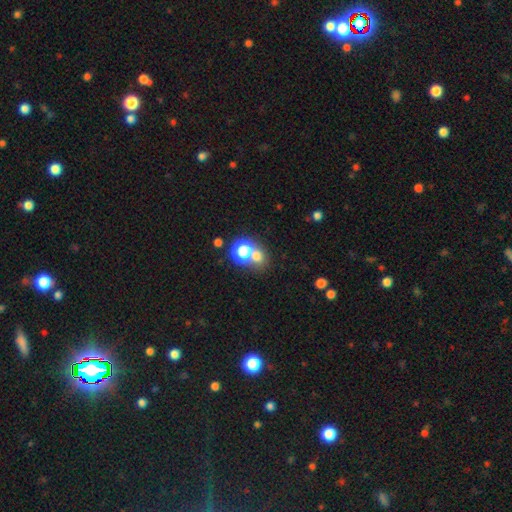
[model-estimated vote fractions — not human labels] Overall: smooth (64%; star or artifact 27%). How rounded: round (76%). Merging: none (54%; merger 33%).